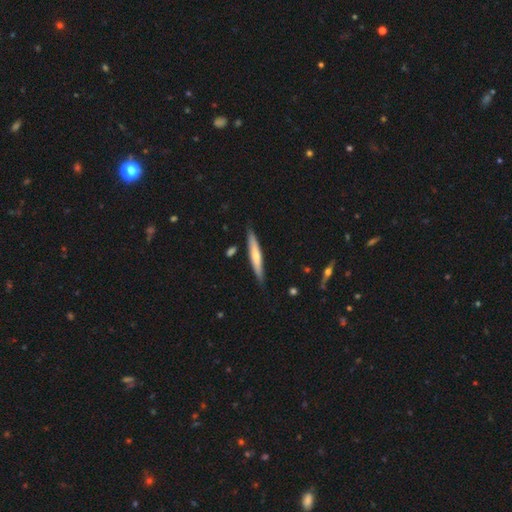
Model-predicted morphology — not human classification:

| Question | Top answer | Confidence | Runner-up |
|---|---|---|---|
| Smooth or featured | smooth | 50% | featured or disk (45%) |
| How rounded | cigar-shaped | 92% | in between (7%) |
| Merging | none | 87% | minor disturbance (10%) |